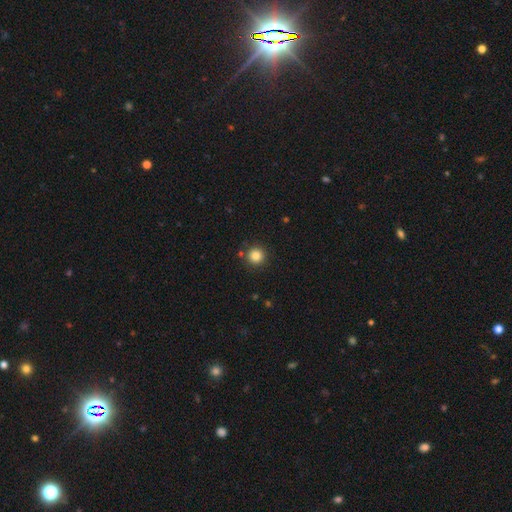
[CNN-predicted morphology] type=smooth (84%); roundness=round (95%); merging=none (88%).